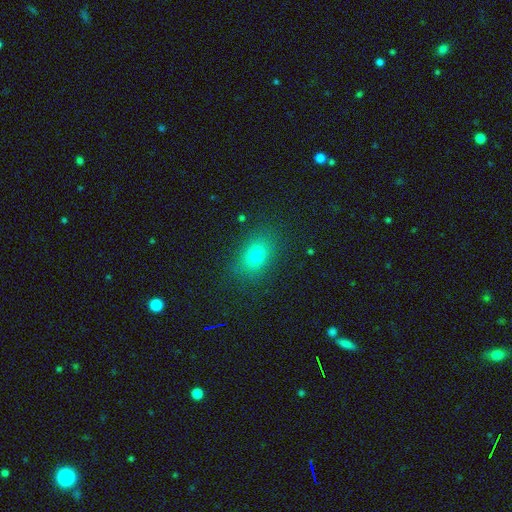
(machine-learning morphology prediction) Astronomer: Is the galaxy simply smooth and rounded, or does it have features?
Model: smooth — 75%.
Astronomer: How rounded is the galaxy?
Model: in between — 71%.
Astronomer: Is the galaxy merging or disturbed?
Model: none — 84%.